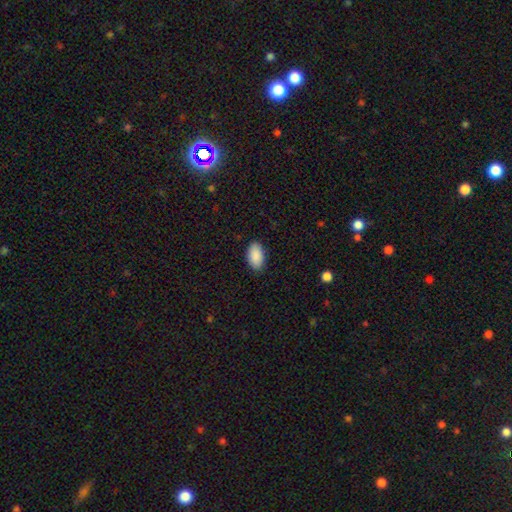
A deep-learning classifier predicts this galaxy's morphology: smooth-or-featured: smooth: 90% | star or artifact: 6% | featured or disk: 3%
  how-rounded: in between: 95% | round: 4% | cigar-shaped: 2%
  merging: none: 88% | minor disturbance: 9% | major disturbance: 2% | merger: 1%